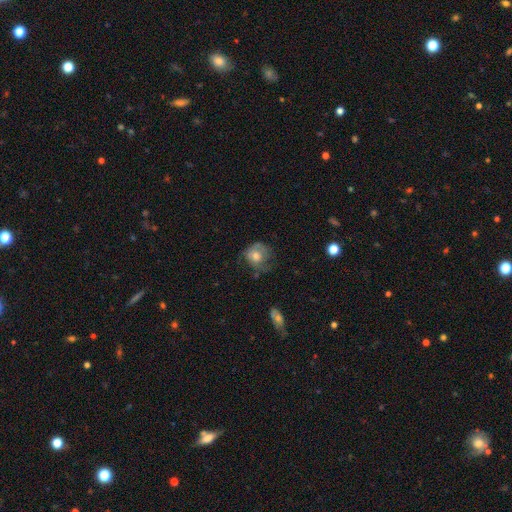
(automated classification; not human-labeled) Smooth or featured?
  - smooth: 56% *
  - featured or disk: 34%
  - star or artifact: 9%
How rounded?
  - round: 75% *
  - in between: 24%
  - cigar-shaped: 1%
Merging?
  - none: 49% *
  - minor disturbance: 28%
  - major disturbance: 21%
  - merger: 3%